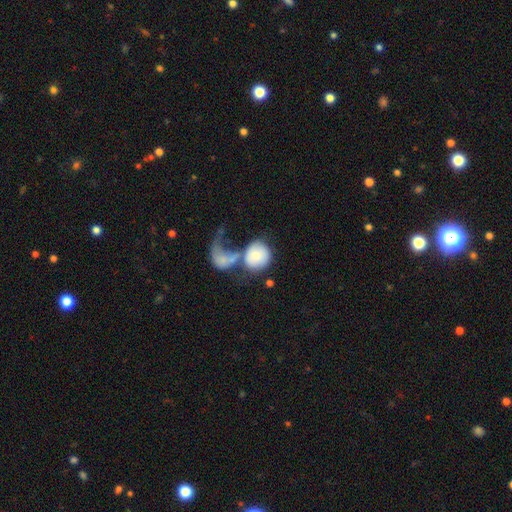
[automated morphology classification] Smooth or featured?
  - smooth: 70% *
  - featured or disk: 24%
  - star or artifact: 7%
How rounded?
  - round: 81% *
  - in between: 18%
  - cigar-shaped: 1%
Merging?
  - merger: 49% *
  - major disturbance: 27%
  - none: 15%
  - minor disturbance: 8%